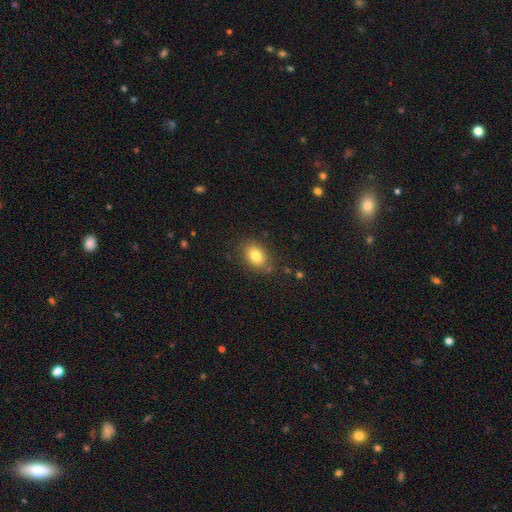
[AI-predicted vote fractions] Overall: smooth (82%). How rounded: in between (77%). Merging: none (82%).